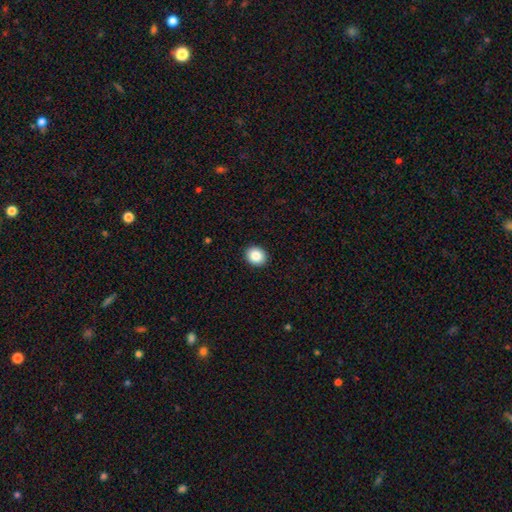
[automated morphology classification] Smooth or featured? smooth (87%)
How rounded? round (70%)
Merging? none (92%)